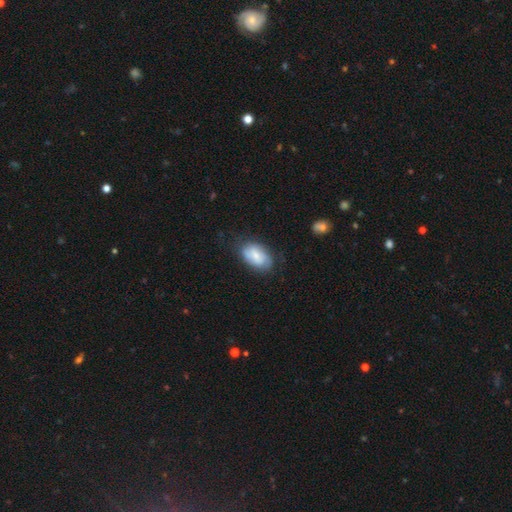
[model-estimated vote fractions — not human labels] Smooth or featured? smooth (67%)
How rounded? in between (91%)
Merging? none (67%)